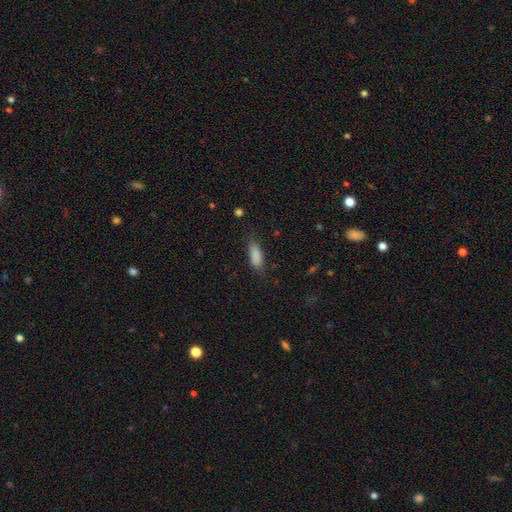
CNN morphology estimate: Smooth or featured? smooth (87%)
How rounded? in between (73%)
Merging? none (74%)